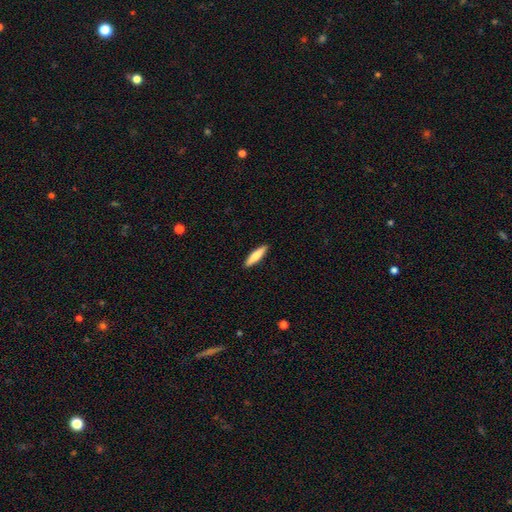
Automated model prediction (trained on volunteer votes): smooth-or-featured: smooth: 75% | featured or disk: 20% | star or artifact: 5%
  how-rounded: cigar-shaped: 78% | in between: 20% | round: 1%
  merging: none: 91% | minor disturbance: 6% | major disturbance: 1% | merger: 1%